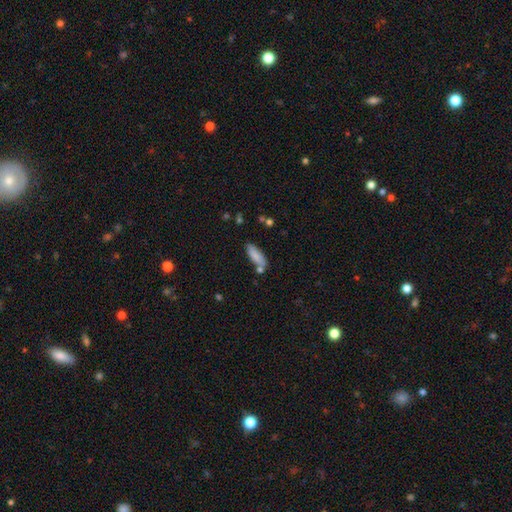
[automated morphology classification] Smooth or featured: smooth — 83% (featured or disk — 10%)
How rounded: in between — 57% (cigar-shaped — 41%)
Merging: none — 68% (minor disturbance — 17%)